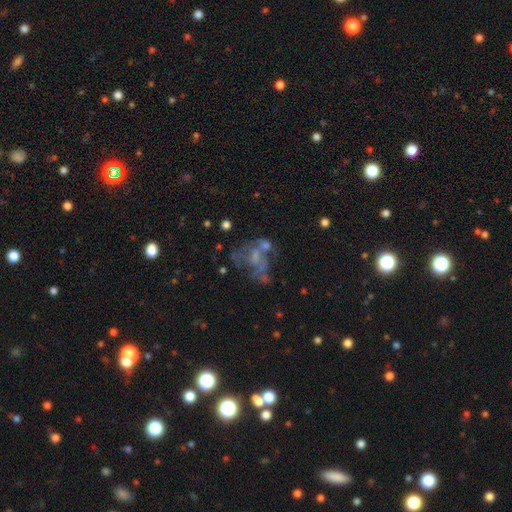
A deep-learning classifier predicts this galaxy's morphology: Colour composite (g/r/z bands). It shows a featured or disk galaxy (54%) with no bar (82%), no spiral arms (80%) and no central bulge (55%). Merging: none (33%).